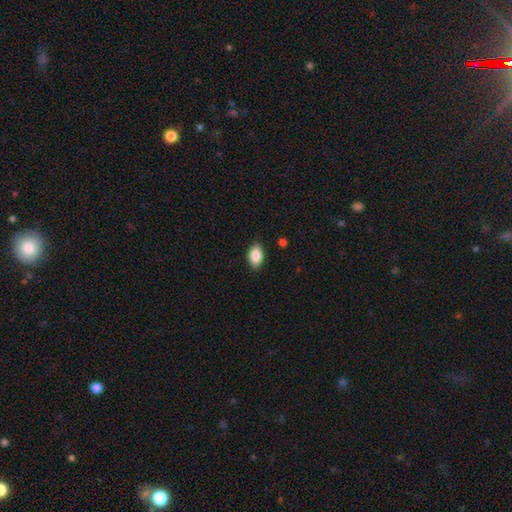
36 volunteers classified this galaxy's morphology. Smooth or featured: smooth — 97% (featured or disk — 3%)
How rounded: in between — 91% (round — 6%)
Merging: none — 86% (minor disturbance — 8%)